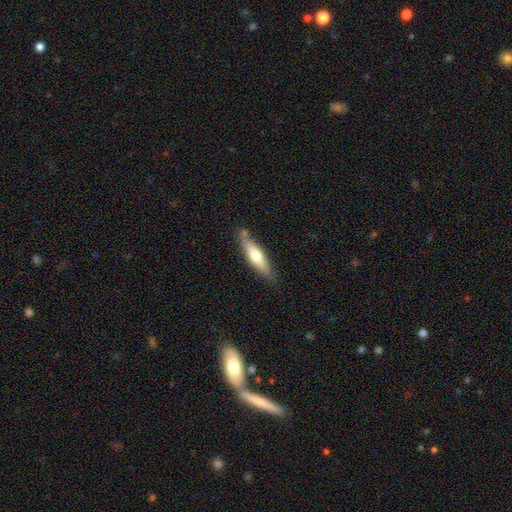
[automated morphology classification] smooth-or-featured: smooth: 52% | featured or disk: 42% | star or artifact: 5%
  how-rounded: cigar-shaped: 74% | in between: 24% | round: 2%
  merging: none: 77% | minor disturbance: 15% | merger: 6% | major disturbance: 3%